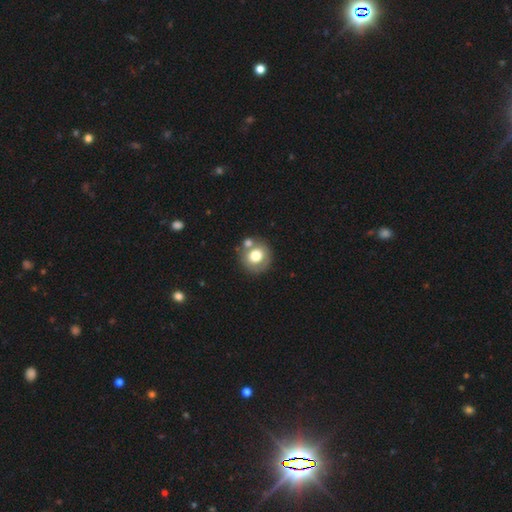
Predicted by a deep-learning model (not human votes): A smooth galaxy with no disk features (68%) that is round (88%).

Vote fractions:
- Smooth or featured? smooth: 68% / featured or disk: 23% / star or artifact: 9%
- How rounded? round: 88% / in between: 11% / cigar-shaped: 1%
- Merging? none: 63% / merger: 21% / minor disturbance: 12% / major disturbance: 5%